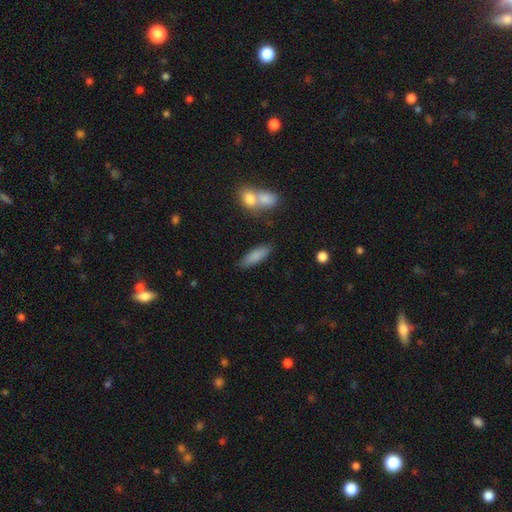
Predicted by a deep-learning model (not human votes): Smooth or featured? smooth (84%)
How rounded? in between (54%)
Merging? none (80%)